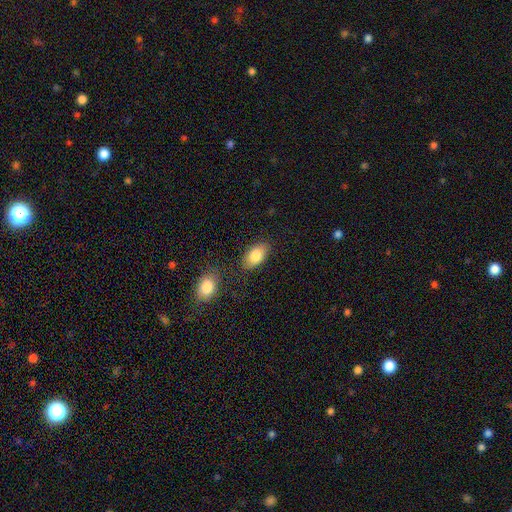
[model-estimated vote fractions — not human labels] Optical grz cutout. It shows a smooth galaxy with no disk features (85%) that is in between round and cigar-shaped (91%). Merging: none (80%).